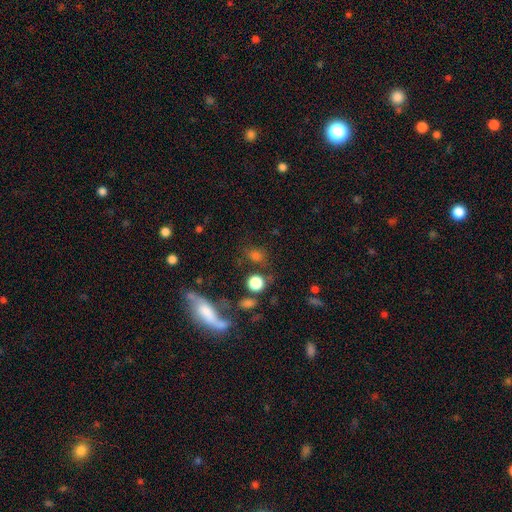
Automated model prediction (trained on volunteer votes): smooth 63%, star or artifact 20%, featured or disk 17%. Down the decision tree: how rounded — round (62%); merging — none (64%).